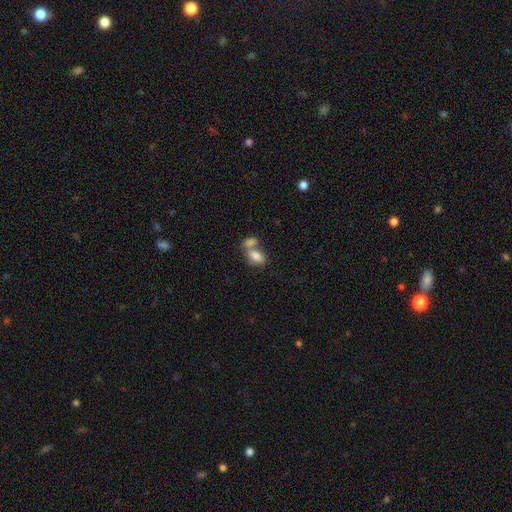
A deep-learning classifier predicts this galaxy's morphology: Smooth or featured? Predicted: smooth (p=0.81). How rounded? Predicted: in between (p=0.88). Merging? Predicted: merger (p=0.56).